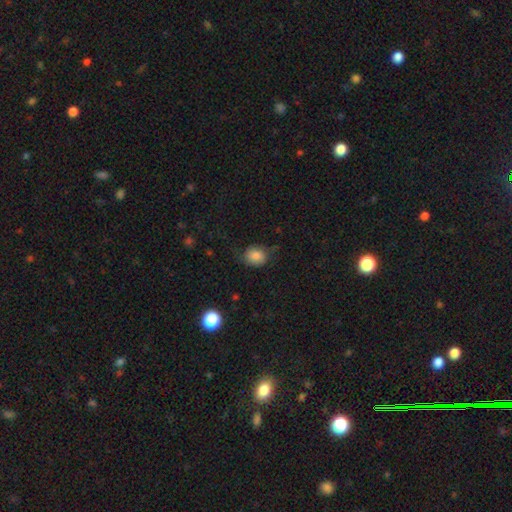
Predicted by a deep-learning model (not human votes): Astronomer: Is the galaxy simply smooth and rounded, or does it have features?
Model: smooth — 80%.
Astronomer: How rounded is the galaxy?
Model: round — 59% (runner-up: in between, 40%).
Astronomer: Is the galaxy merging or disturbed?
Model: none — 65%.